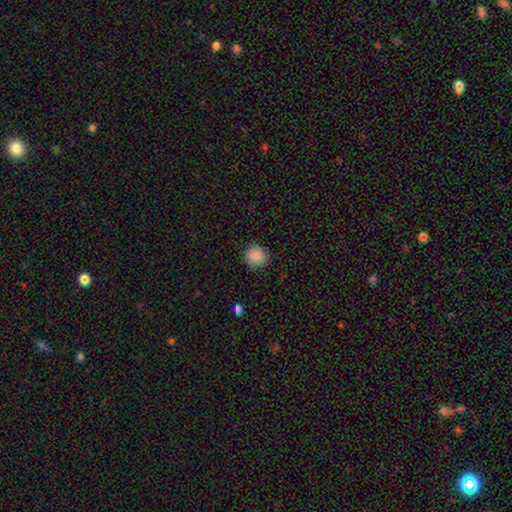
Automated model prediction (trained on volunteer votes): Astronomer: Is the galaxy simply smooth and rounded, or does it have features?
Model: smooth — 87%.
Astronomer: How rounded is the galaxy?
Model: round — 91%.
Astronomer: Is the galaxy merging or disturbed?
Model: none — 87%.